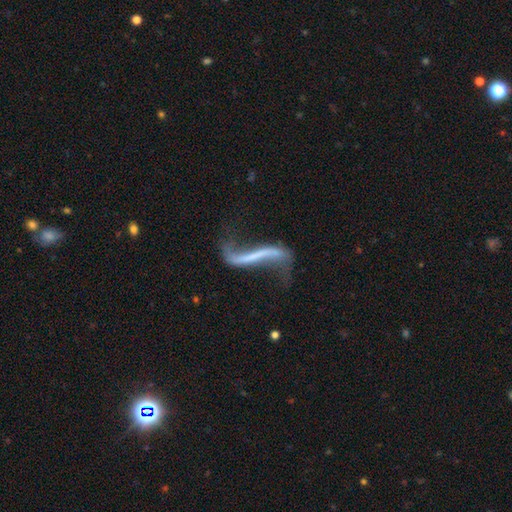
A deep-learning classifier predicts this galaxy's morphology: featured or disk 83%, smooth 10%, star or artifact 7%. Down the decision tree: edge-on disk — no (81%); bar — strong (62%); spiral arms — yes (86%); spiral arm count — 2 (87%); spiral winding — loose (95%); bulge size — none (65%); merging — none (53%).